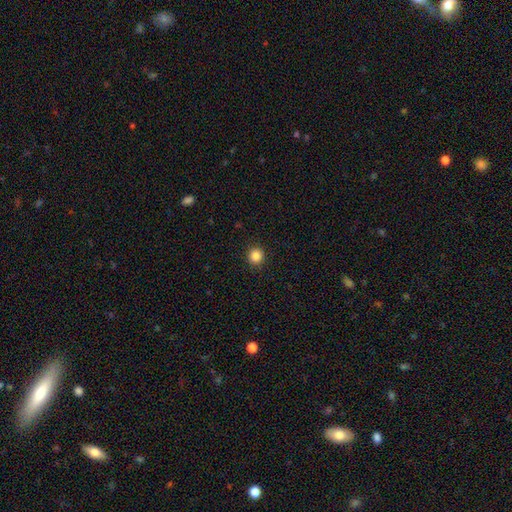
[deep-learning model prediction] smooth_or_featured: smooth (p=0.85) [alt: star or artifact p=0.11]
how_rounded: round (p=0.93) [alt: in between p=0.06]
merging: none (p=0.92) [alt: minor disturbance p=0.05]